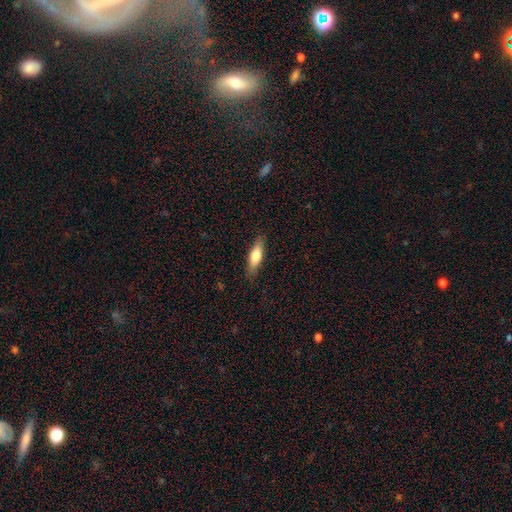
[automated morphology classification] Smooth or featured: smooth — 71% (featured or disk — 23%)
How rounded: cigar-shaped — 53% (in between — 45%)
Merging: none — 84% (minor disturbance — 12%)